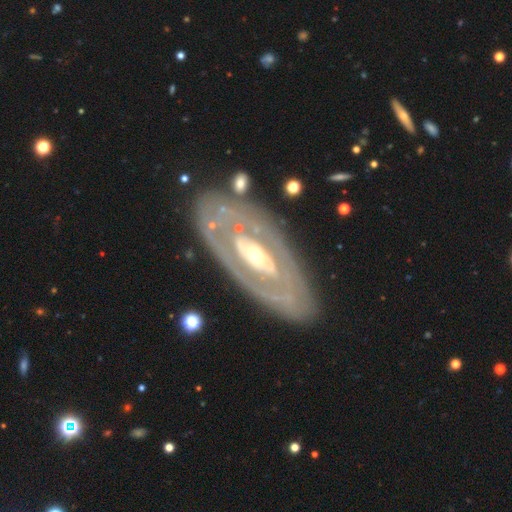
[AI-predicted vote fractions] This appears to be a featured or disk galaxy (82%) with no bar (60%), no spiral arms (57%) and a moderate central bulge (59%). Merging: none (78%).